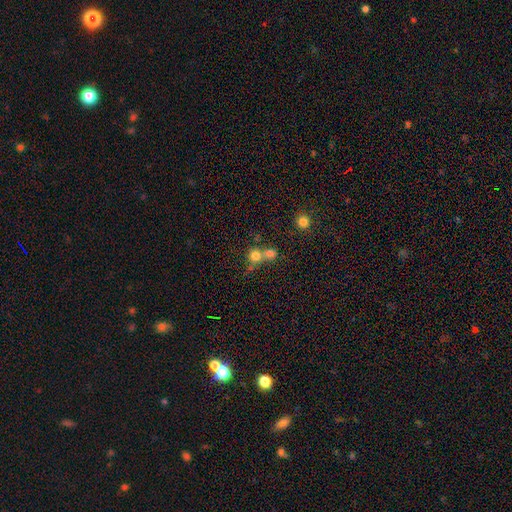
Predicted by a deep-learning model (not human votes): Overall: smooth (75%). How rounded: round (87%). Merging: merger (54%; none 37%).